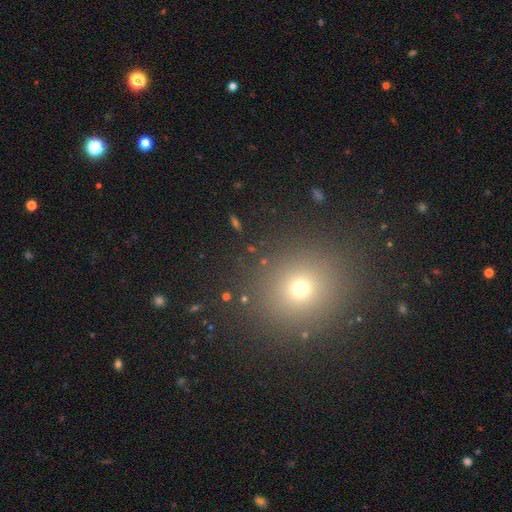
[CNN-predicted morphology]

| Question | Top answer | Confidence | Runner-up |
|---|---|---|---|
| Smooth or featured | smooth | 61% | star or artifact (31%) |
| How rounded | round | 85% | in between (14%) |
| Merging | none | 90% | minor disturbance (6%) |